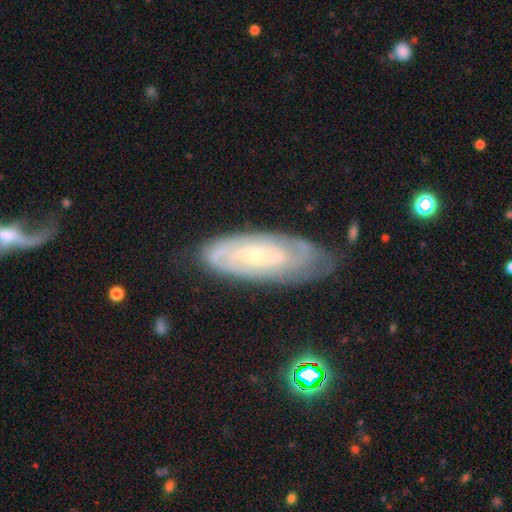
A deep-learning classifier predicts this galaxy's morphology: This appears to be a featured or disk galaxy (77%) with no bar (55%), tight (71%) spiral arms (92%) and a small central bulge (69%). Merging: none (71%).